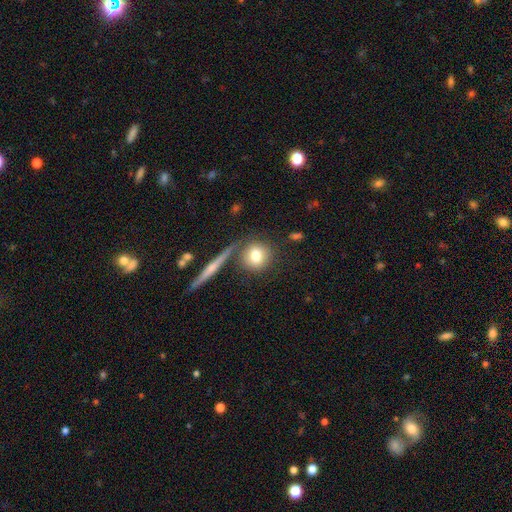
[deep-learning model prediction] This appears to be a smooth galaxy with no disk features (76%) that is round (85%). Merging: none (73%).